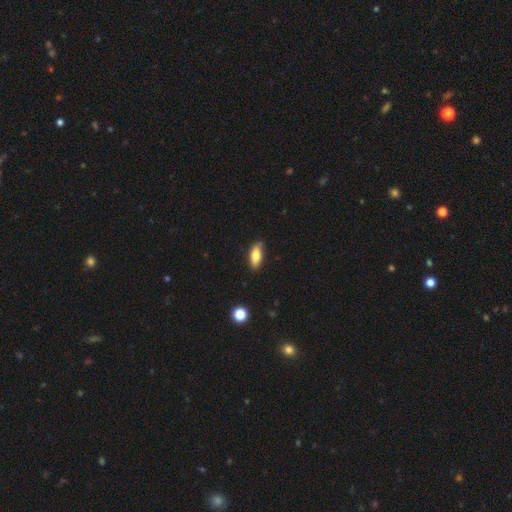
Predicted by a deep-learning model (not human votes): This is likely a smooth galaxy (75%). How rounded: likely in between (78%). Merging: clearly none (81%).